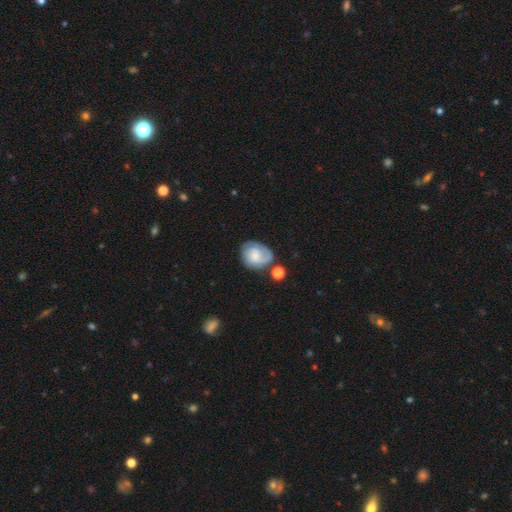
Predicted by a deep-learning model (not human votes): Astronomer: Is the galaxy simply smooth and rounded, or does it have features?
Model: featured or disk — 61%.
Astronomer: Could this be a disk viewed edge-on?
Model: no — 97%.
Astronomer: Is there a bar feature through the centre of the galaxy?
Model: no — 63%.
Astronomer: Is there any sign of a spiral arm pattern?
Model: yes — 89%.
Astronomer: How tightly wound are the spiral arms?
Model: tight — 49% (runner-up: medium, 37%).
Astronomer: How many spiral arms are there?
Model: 2 — 41% (runner-up: 1, 24%).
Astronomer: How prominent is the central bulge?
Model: small — 43% (runner-up: moderate, 28%).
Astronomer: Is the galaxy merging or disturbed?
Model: none — 57%.